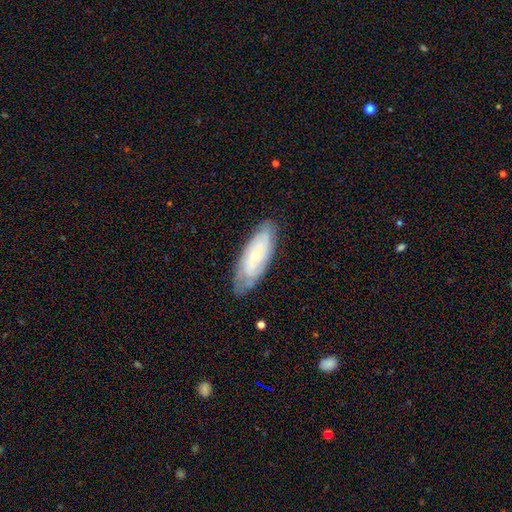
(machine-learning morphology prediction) smooth_or_featured: featured or disk (p=0.64) [alt: smooth p=0.29]
disk_edge_on: no (p=0.85) [alt: yes p=0.15]
bar: no (p=0.78) [alt: weak p=0.18]
has_spiral_arms: yes (p=0.79) [alt: no p=0.21]
bulge_size: small (p=0.65) [alt: moderate p=0.31]
merging: none (p=0.76) [alt: minor disturbance p=0.19]